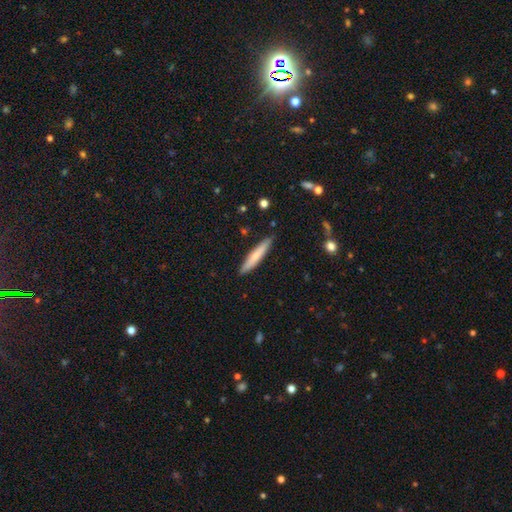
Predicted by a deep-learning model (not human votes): smooth_or_featured: smooth (p=0.69) [alt: featured or disk p=0.26]
how_rounded: cigar-shaped (p=0.93) [alt: in between p=0.06]
merging: none (p=0.89) [alt: minor disturbance p=0.08]